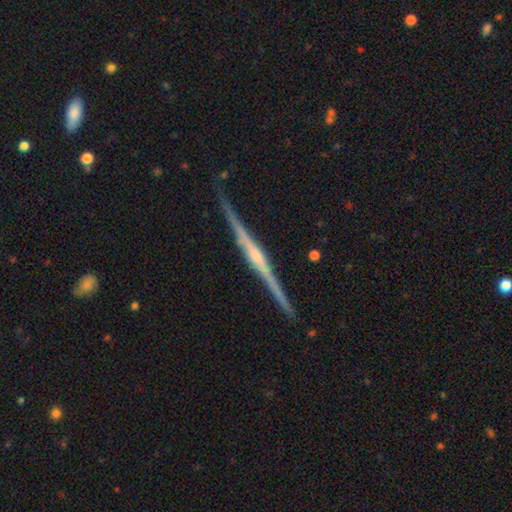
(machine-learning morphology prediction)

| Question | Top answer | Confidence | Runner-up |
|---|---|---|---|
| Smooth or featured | featured or disk | 87% | smooth (8%) |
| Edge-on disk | yes | 99% | no (1%) |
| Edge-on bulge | rounded | 66% | none (18%) |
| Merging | none | 90% | minor disturbance (7%) |